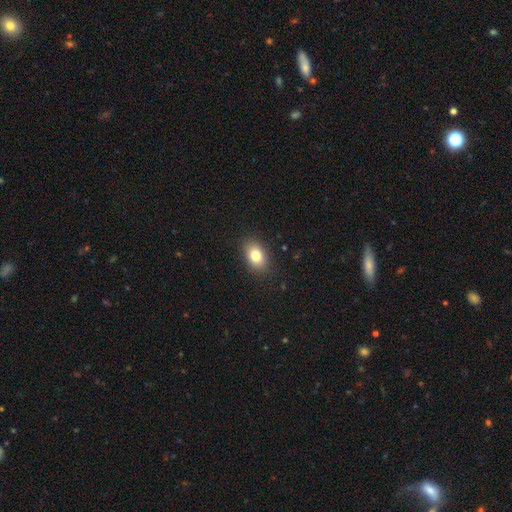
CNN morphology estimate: A smooth galaxy with no disk features (80%) that is in between round and cigar-shaped (78%).

Vote fractions:
- Smooth or featured? smooth: 80% / featured or disk: 10% / star or artifact: 10%
- How rounded? in between: 78% / round: 21% / cigar-shaped: 1%
- Merging? none: 87% / minor disturbance: 9% / major disturbance: 3% / merger: 1%